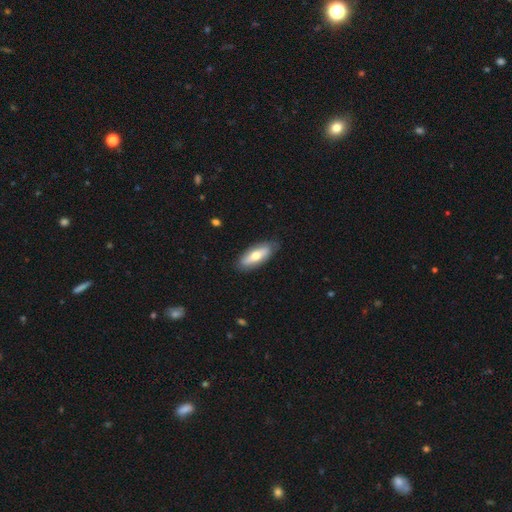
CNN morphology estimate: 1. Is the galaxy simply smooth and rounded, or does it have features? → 58% smooth, 37% featured or disk, 5% star or artifact.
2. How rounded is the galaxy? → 70% in between, 27% cigar-shaped, 2% round.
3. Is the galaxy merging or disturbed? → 85% none, 11% minor disturbance, 2% major disturbance, 1% merger.